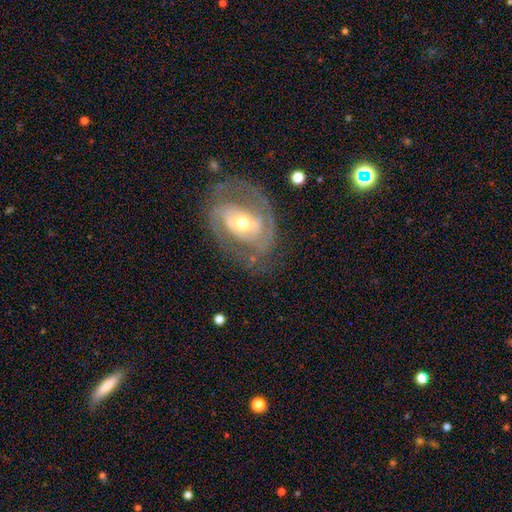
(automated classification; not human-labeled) smooth-or-featured: featured or disk: 83% | smooth: 11% | star or artifact: 6%
  disk-edge-on: no: 96% | yes: 4%
    bar: no: 40% | weak: 34% | strong: 26%
    has-spiral-arms: yes: 88% | no: 12%
      spiral-winding: tight: 47% | medium: 40% | loose: 13%
      spiral-arm-count: 2: 67% | can't tell: 16% | 3: 8% | 1: 4% | 4: 2% | more than 4: 2%
    bulge-size: moderate: 58% | small: 35% | large: 5% | dominant: 1% | none: 1%
  merging: none: 68% | minor disturbance: 18% | major disturbance: 13% | merger: 2%